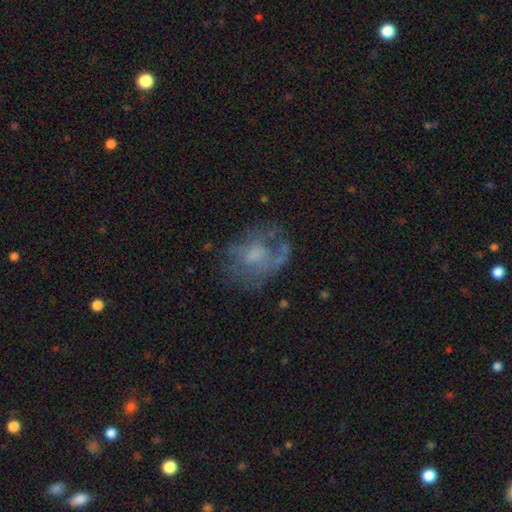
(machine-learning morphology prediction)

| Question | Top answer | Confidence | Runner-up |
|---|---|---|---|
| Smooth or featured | featured or disk | 55% | smooth (34%) |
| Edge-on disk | no | 97% | yes (3%) |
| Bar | no | 75% | weak (22%) |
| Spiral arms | no | 68% | yes (32%) |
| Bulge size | moderate | 38% | small (31%) |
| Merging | none | 48% | major disturbance (27%) |